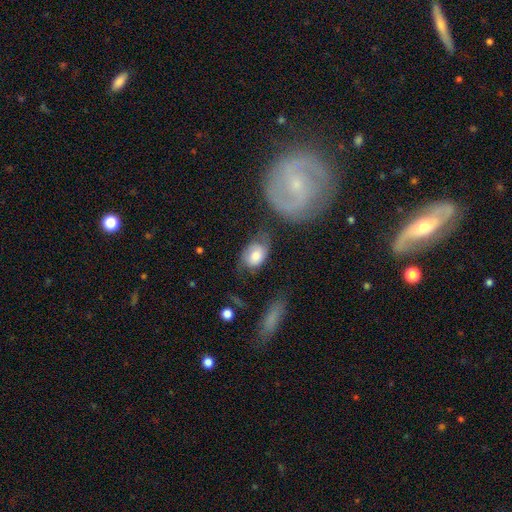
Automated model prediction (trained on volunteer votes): A smooth galaxy with no disk features (61%) that is in between round and cigar-shaped (78%). Merging: none (43%).